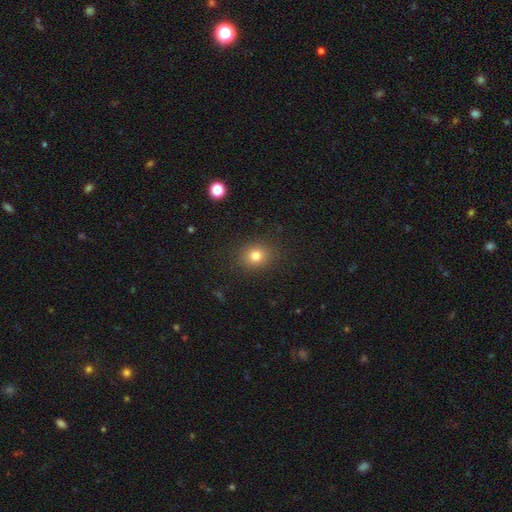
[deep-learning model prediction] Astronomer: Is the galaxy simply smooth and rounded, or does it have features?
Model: smooth — 80%.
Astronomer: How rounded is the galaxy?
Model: round — 72%.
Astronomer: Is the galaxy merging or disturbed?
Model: none — 88%.